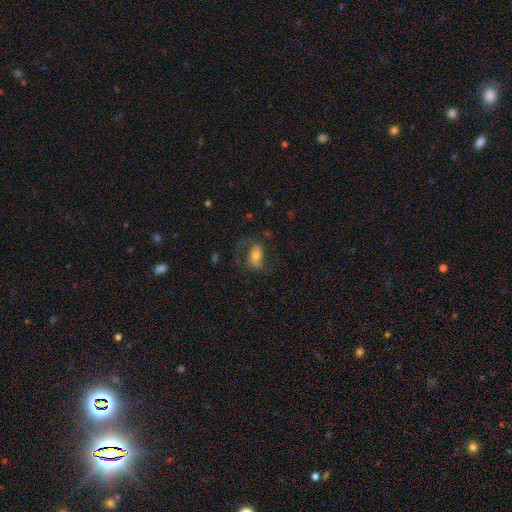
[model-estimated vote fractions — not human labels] Smooth or featured? Predicted: featured or disk (p=0.54). Edge-on disk? Predicted: no (p=0.94). Bar? Predicted: no (p=0.37). Spiral arms? Predicted: yes (p=0.84). Bulge size? Predicted: moderate (p=0.55). Merging? Predicted: none (p=0.61).